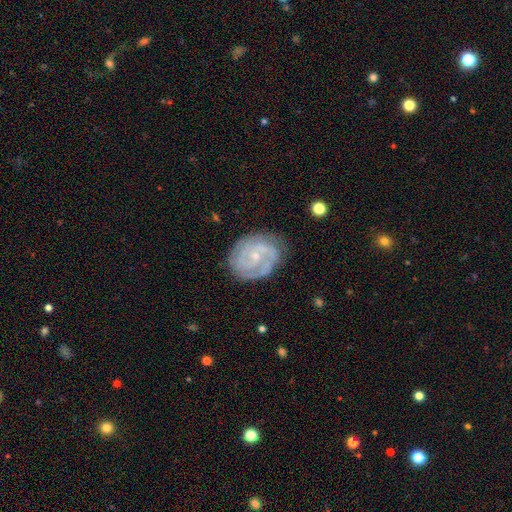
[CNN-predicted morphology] featured or disk 85%, smooth 9%, star or artifact 5%. Down the decision tree: edge-on disk — no (98%); bar — no (64%); spiral arms — yes (96%); spiral arm count — 2 (39%); spiral winding — tight (66%); bulge size — small (77%); merging — none (75%).